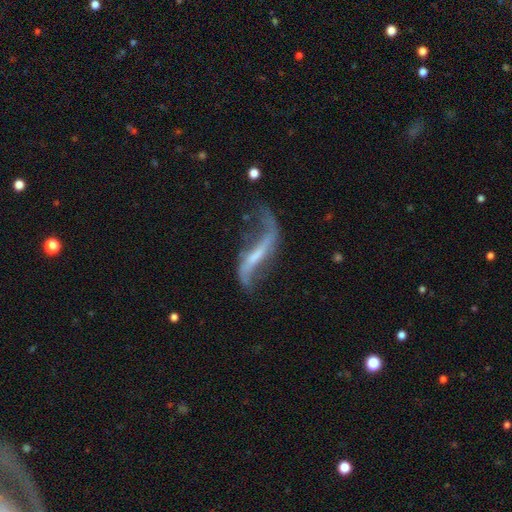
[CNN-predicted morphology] smooth_or_featured: featured or disk (p=0.82) [alt: smooth p=0.11]
disk_edge_on: no (p=0.80) [alt: yes p=0.20]
bar: strong (p=0.51) [alt: weak p=0.30]
has_spiral_arms: yes (p=0.88) [alt: no p=0.12]
spiral_winding: loose (p=0.93) [alt: medium p=0.05]
spiral_arm_count: 2 (p=0.87) [alt: 1 p=0.08]
bulge_size: small (p=0.39) [alt: none p=0.36]
merging: none (p=0.47) [alt: major disturbance p=0.25]